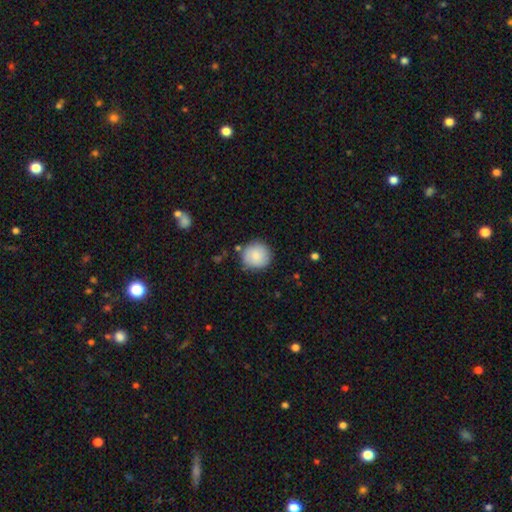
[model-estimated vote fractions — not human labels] Smooth or featured?
  - smooth: 85% *
  - featured or disk: 8%
  - star or artifact: 7%
How rounded?
  - round: 93% *
  - in between: 6%
  - cigar-shaped: 1%
Merging?
  - none: 82% *
  - minor disturbance: 13%
  - major disturbance: 3%
  - merger: 2%